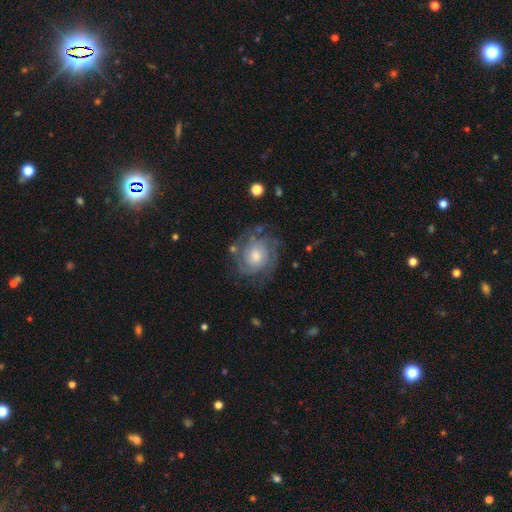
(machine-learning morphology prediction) Q: Smooth or featured?
A: featured or disk (79%); runner-up: smooth (14%)
Q: Edge-on disk?
A: no (98%); runner-up: yes (2%)
Q: Bar?
A: no (73%); runner-up: weak (23%)
Q: Spiral arms?
A: yes (93%); runner-up: no (7%)
Q: Spiral winding?
A: tight (66%); runner-up: medium (27%)
Q: Spiral arm count?
A: can't tell (35%); runner-up: 2 (29%)
Q: Bulge size?
A: moderate (56%); runner-up: small (27%)
Q: Merging?
A: none (74%); runner-up: minor disturbance (16%)